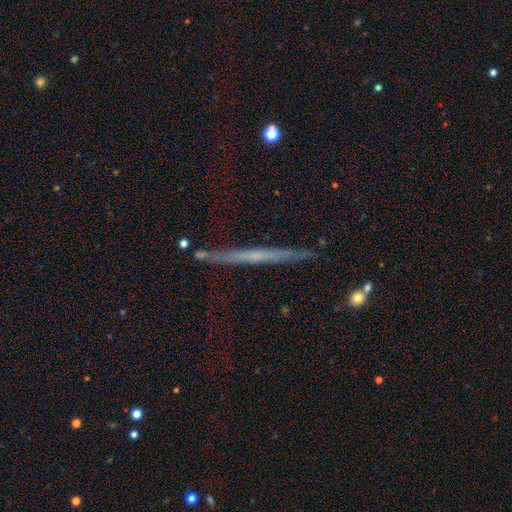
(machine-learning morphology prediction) This is possibly a featured or disk galaxy (60%). It is clearly viewed edge-on (97%). Edge-on bulge: likely none (79%). Merging: clearly none (88%).